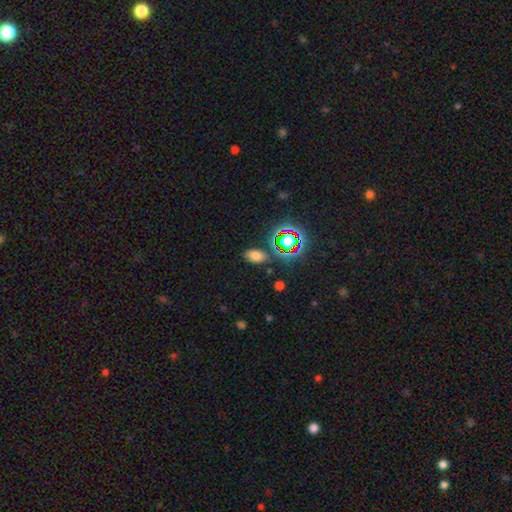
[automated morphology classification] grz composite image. It shows a smooth galaxy with no disk features (70%) that is in between round and cigar-shaped (88%). Merging: none (82%).